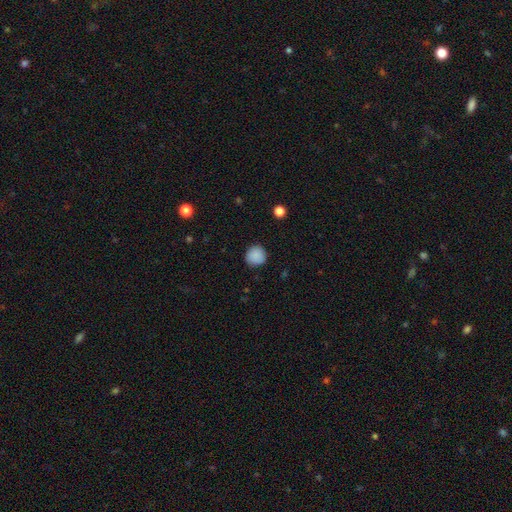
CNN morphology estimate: Smooth or featured: smooth — 88% (star or artifact — 8%)
How rounded: round — 93% (in between — 6%)
Merging: none — 88% (minor disturbance — 8%)